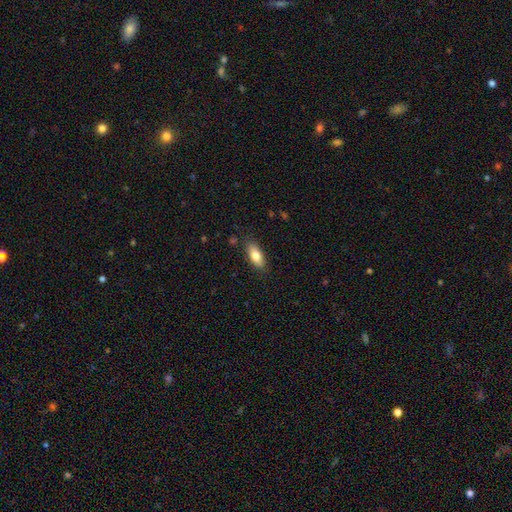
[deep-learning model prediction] The model was most divided on "smooth or featured": smooth: 79%, featured or disk: 14%, star or artifact: 7%. More confident: merging — none (85%); how rounded — in between (83%).